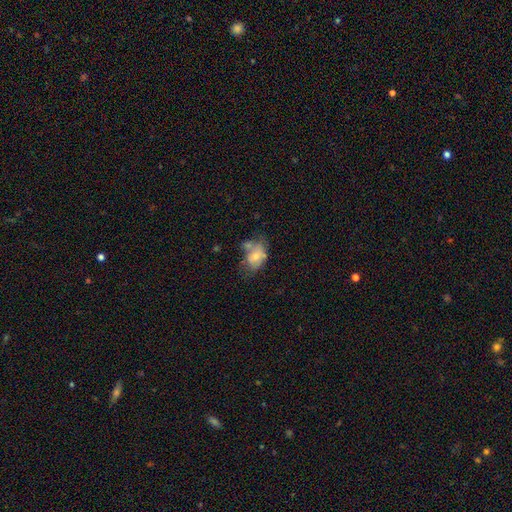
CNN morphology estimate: smooth-or-featured: smooth: 64% | featured or disk: 28% | star or artifact: 9%
  how-rounded: in between: 77% | round: 21% | cigar-shaped: 1%
  merging: none: 32% | minor disturbance: 27% | merger: 25% | major disturbance: 16%